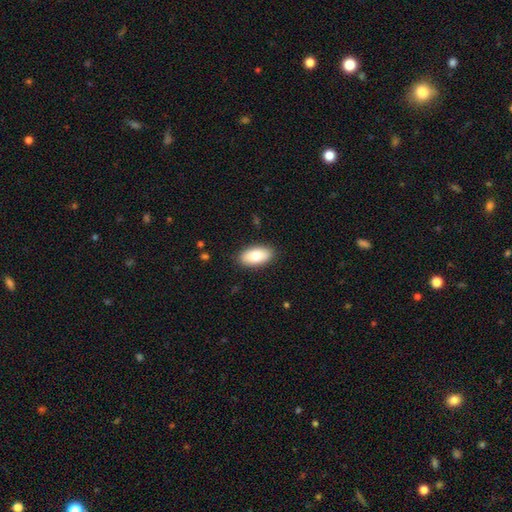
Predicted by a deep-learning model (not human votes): smooth_or_featured: smooth (p=0.80) [alt: featured or disk p=0.14]
how_rounded: in between (p=0.94) [alt: round p=0.03]
merging: none (p=0.88) [alt: minor disturbance p=0.09]